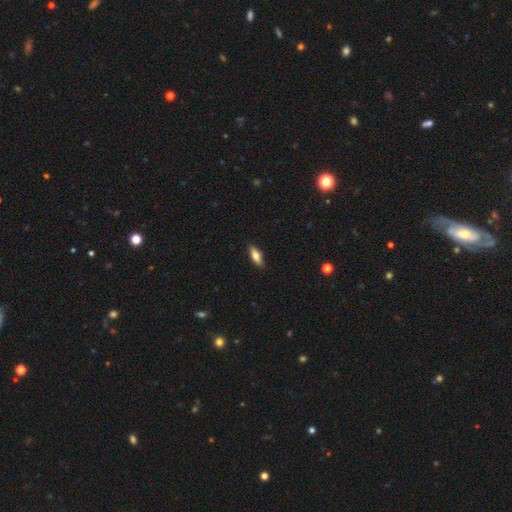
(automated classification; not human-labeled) Morphology: type=smooth (72%); roundness=in between (69%); merging=none (87%).